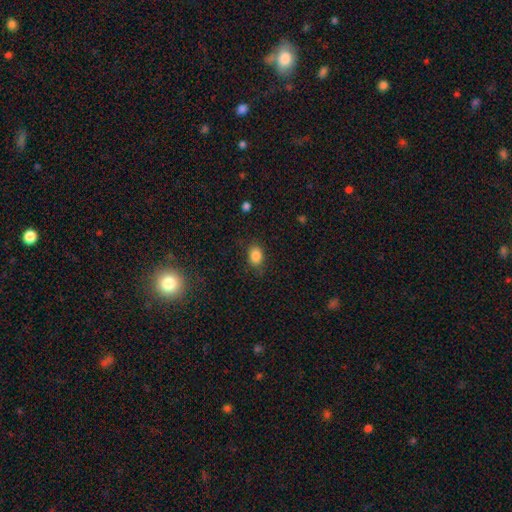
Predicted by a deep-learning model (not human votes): Q: Smooth or featured?
A: smooth (84%); runner-up: star or artifact (11%)
Q: How rounded?
A: in between (69%); runner-up: round (30%)
Q: Merging?
A: none (81%); runner-up: minor disturbance (14%)